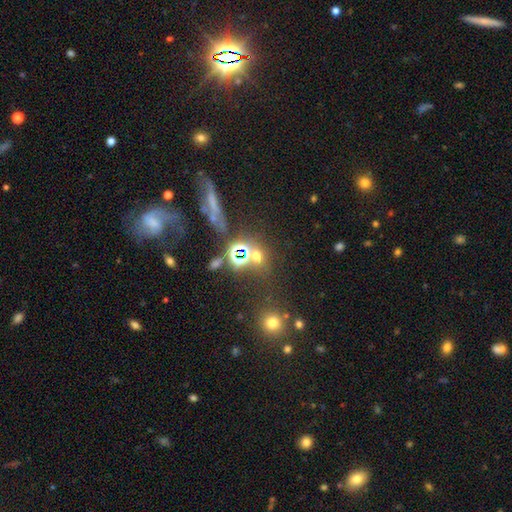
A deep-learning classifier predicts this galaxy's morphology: A smooth galaxy with no disk features (45%, tied with star or artifact). Merging: none (67%).